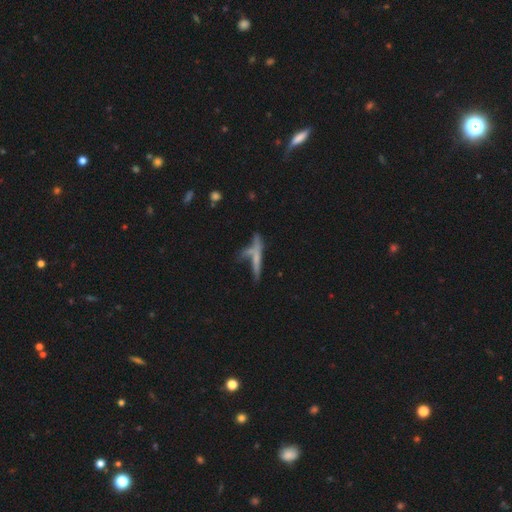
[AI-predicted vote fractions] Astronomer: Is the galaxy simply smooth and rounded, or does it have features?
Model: smooth — 45% (runner-up: featured or disk, 43%).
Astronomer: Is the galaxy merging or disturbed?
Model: none — 44% (runner-up: merger, 31%).